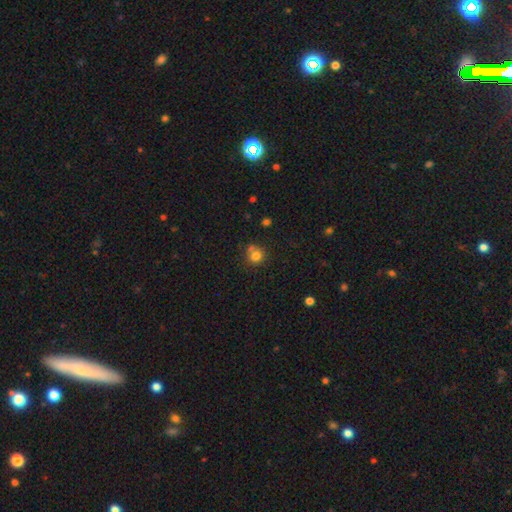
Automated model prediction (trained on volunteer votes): Overall: smooth (78%). How rounded: round (85%). Merging: none (60%; merger 20%).